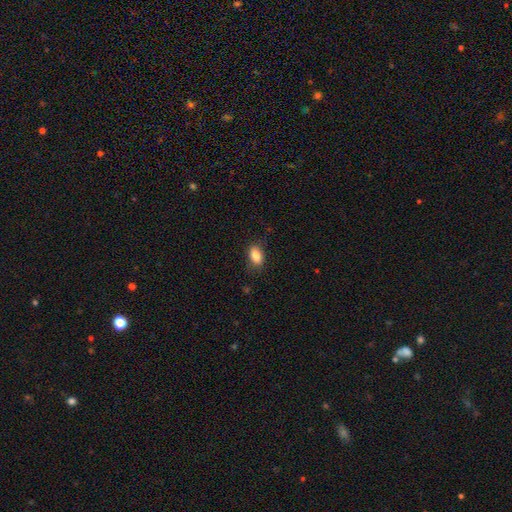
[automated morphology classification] This appears to be a smooth galaxy with no disk features (86%) that is in between round and cigar-shaped (88%). Merging: none (80%).